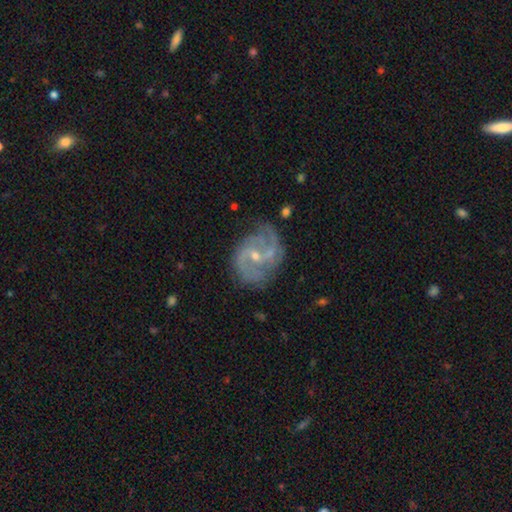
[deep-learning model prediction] A featured or disk galaxy (86%) with a weak bar (49%), 2 (67%) medium (51%) spiral arms (95%) and a small central bulge (64%).

Vote fractions:
- Smooth or featured? featured or disk: 86% / smooth: 7% / star or artifact: 7%
- Edge-on disk? no: 98% / yes: 2%
- Bar? weak: 49% / no: 38% / strong: 13%
- Spiral arms? yes: 95% / no: 5%
- Spiral winding? medium: 51% / tight: 25% / loose: 24%
- Spiral arm count? 2: 67% / 3: 12% / can't tell: 11% / 1: 4% / 4: 3% / more than 4: 3%
- Bulge size? small: 64% / moderate: 33% / none: 2% / large: 1% / dominant: 1%
- Merging? none: 63% / minor disturbance: 23% / major disturbance: 11% / merger: 4%